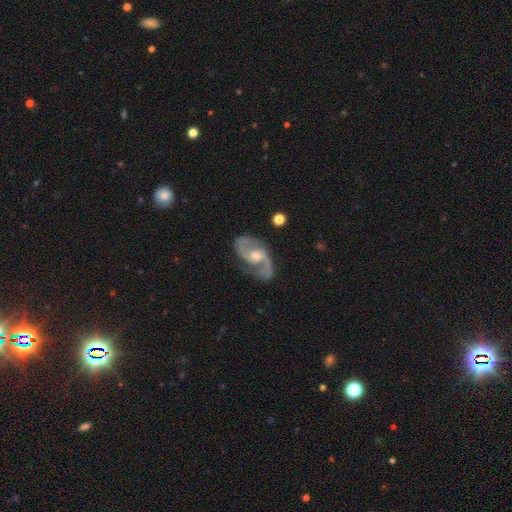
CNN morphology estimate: Overall: featured or disk (91%). Edge-on disk: no (97%). Bar: no (48%; weak 41%). Spiral arms: yes (98%). Spiral arm count: 2 (93%). Spiral winding: medium (57%; loose 28%). Bulge size: moderate (60%; small 32%). Merging: none (78%).